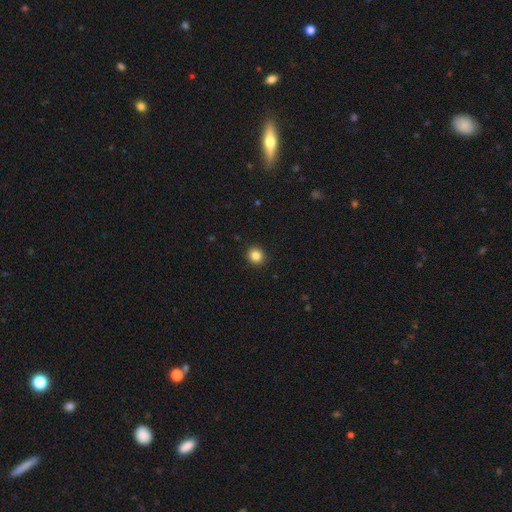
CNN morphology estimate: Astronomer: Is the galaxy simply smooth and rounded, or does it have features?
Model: smooth — 85%.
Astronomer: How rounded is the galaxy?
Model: round — 87%.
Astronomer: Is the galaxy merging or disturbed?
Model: none — 92%.